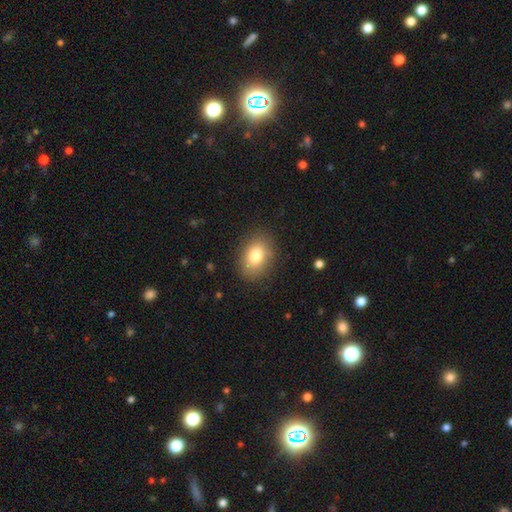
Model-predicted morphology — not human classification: Smooth or featured? smooth (81%)
How rounded? in between (74%)
Merging? none (83%)